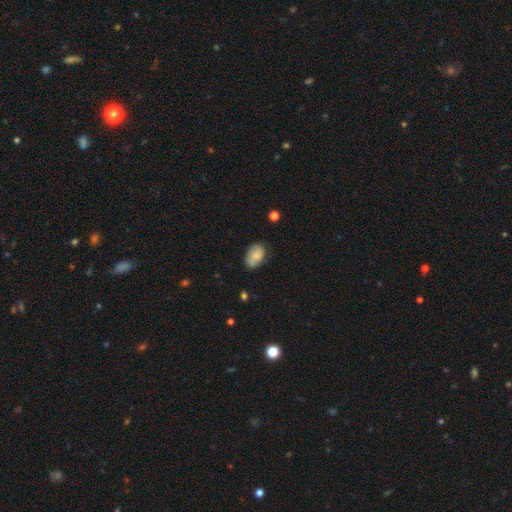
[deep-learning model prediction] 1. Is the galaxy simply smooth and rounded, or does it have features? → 78% smooth, 15% featured or disk, 8% star or artifact.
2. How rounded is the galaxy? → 88% in between, 10% round, 1% cigar-shaped.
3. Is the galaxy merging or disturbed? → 68% none, 25% minor disturbance, 5% major disturbance, 2% merger.